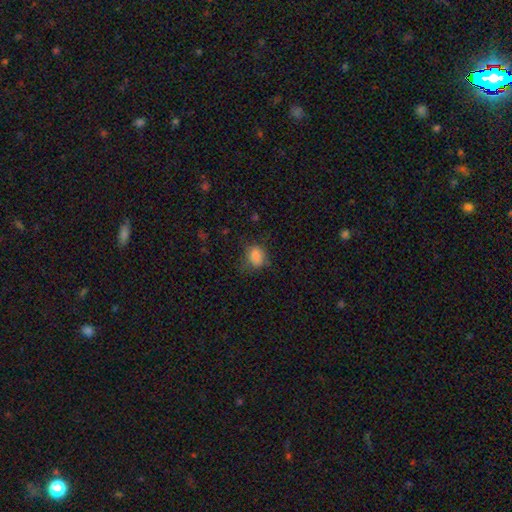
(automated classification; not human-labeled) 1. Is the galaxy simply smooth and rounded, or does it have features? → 82% smooth, 11% star or artifact, 7% featured or disk.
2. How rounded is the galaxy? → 55% in between, 44% round, 1% cigar-shaped.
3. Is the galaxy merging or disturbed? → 58% none, 28% minor disturbance, 12% major disturbance, 2% merger.